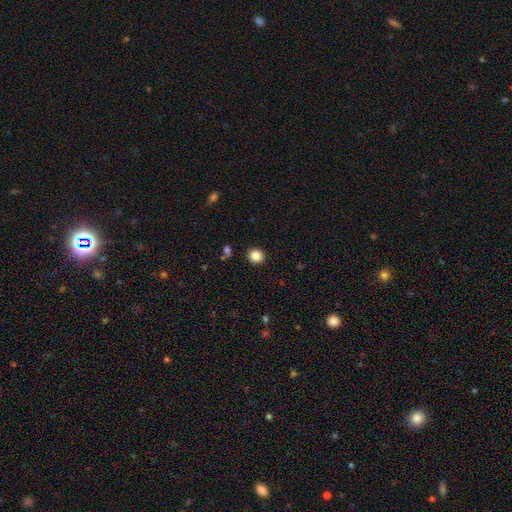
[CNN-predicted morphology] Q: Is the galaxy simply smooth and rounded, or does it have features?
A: smooth — 86%.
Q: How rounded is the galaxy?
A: round — 87%.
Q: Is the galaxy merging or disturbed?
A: none — 92%.